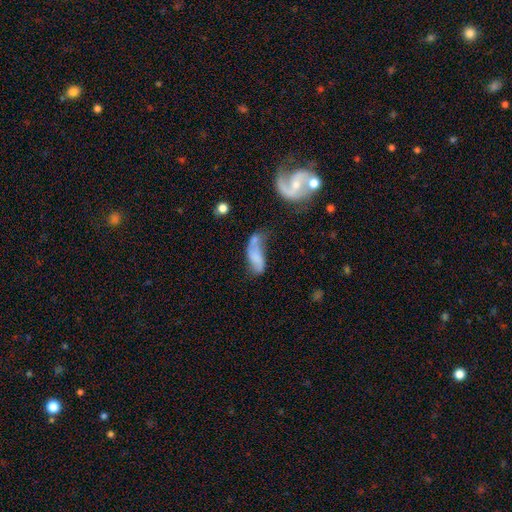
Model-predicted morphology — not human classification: The model was most divided on "smooth or featured": smooth: 47%, featured or disk: 43%, star or artifact: 10%. Remaining: merging — merger (30%).